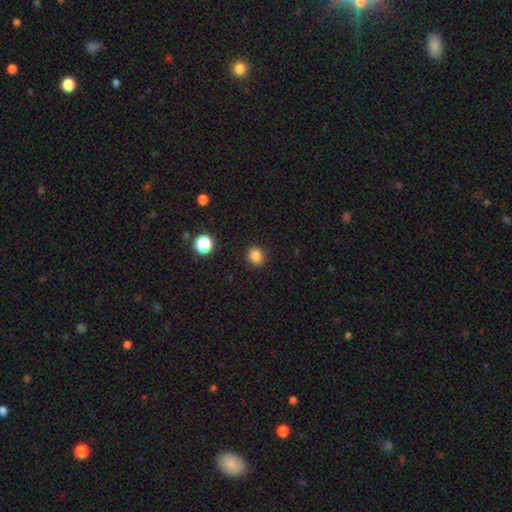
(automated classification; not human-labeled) smooth 83%, star or artifact 12%, featured or disk 4%. Down the decision tree: how rounded — round (78%); merging — none (89%).